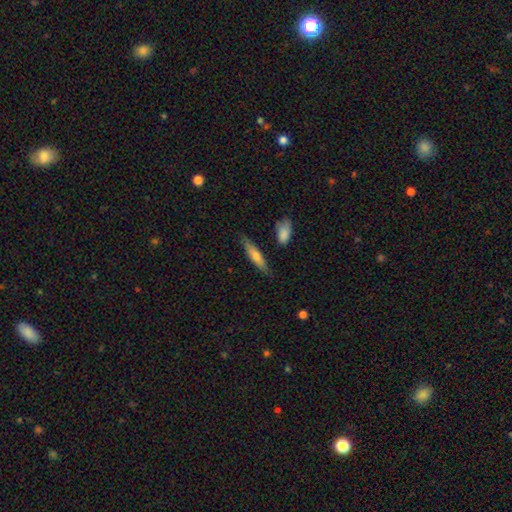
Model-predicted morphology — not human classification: This is likely a smooth galaxy (64%). How rounded: likely cigar-shaped (79%). Merging: clearly none (81%).